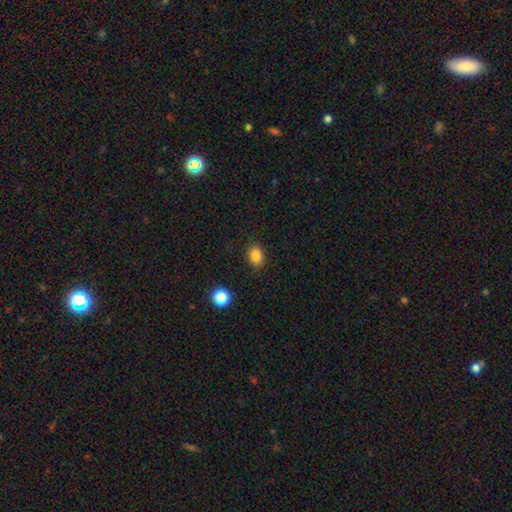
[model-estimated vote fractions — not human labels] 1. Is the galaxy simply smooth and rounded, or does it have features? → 84% smooth, 11% star or artifact, 5% featured or disk.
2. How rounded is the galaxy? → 58% in between, 41% round, 1% cigar-shaped.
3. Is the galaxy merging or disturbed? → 86% none, 10% minor disturbance, 3% major disturbance, 1% merger.